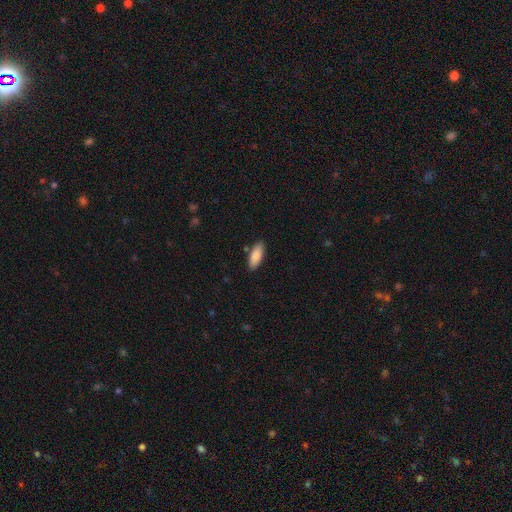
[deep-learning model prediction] Overall: smooth (87%). How rounded: in between (76%). Merging: none (86%).